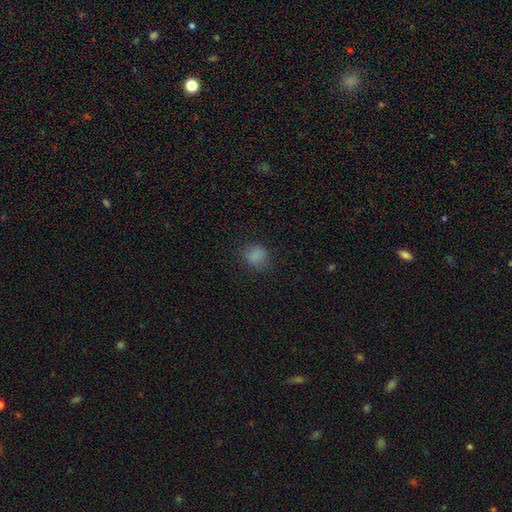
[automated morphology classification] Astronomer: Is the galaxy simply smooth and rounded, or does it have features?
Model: smooth — 81%.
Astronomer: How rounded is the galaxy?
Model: round — 65%.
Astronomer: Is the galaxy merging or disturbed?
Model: none — 78%.